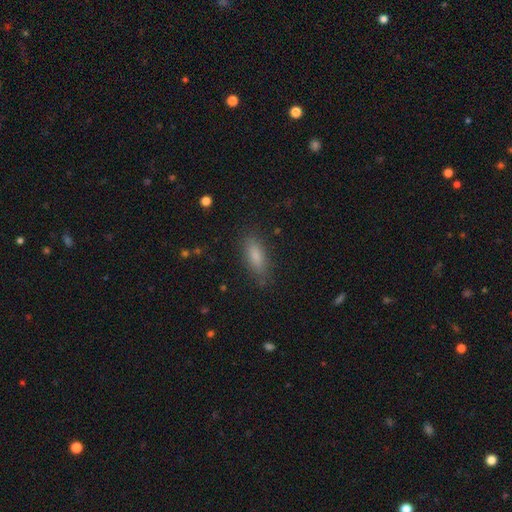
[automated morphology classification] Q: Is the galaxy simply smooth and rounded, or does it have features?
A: smooth — 81%.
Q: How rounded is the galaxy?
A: in between — 63%.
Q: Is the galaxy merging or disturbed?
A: none — 82%.